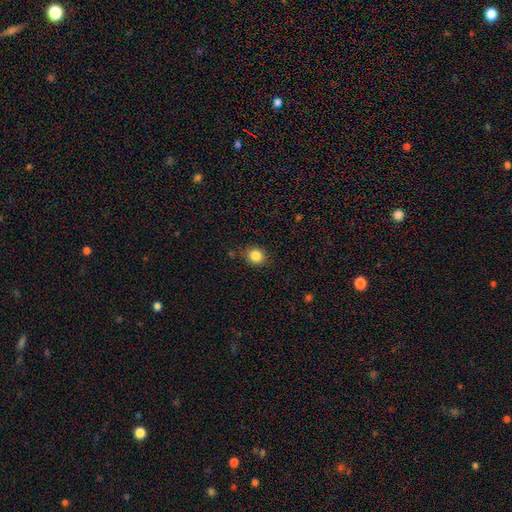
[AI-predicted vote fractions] smooth_or_featured: smooth (p=0.85) [alt: star or artifact p=0.10]
how_rounded: round (p=0.71) [alt: in between p=0.28]
merging: none (p=0.84) [alt: minor disturbance p=0.11]